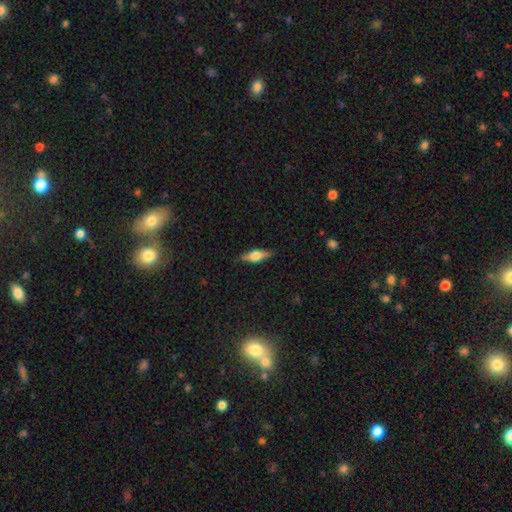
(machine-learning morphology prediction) A smooth galaxy with no disk features (47%). Merging: none (86%).